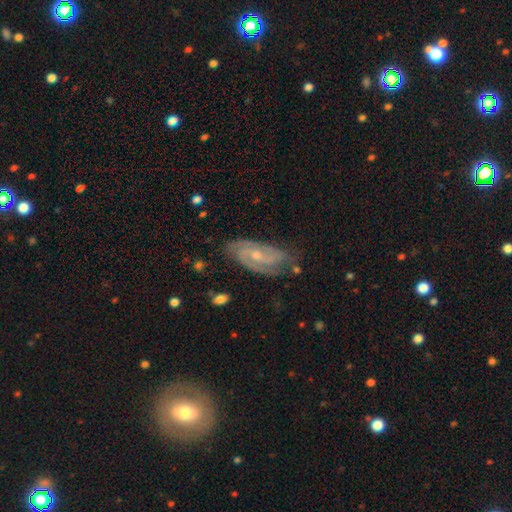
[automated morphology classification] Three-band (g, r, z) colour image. It shows a featured or disk galaxy (85%) with no bar (49%), 2 (69%) tight (51%) spiral arms (97%) and a small central bulge (54%). Merging: none (73%).